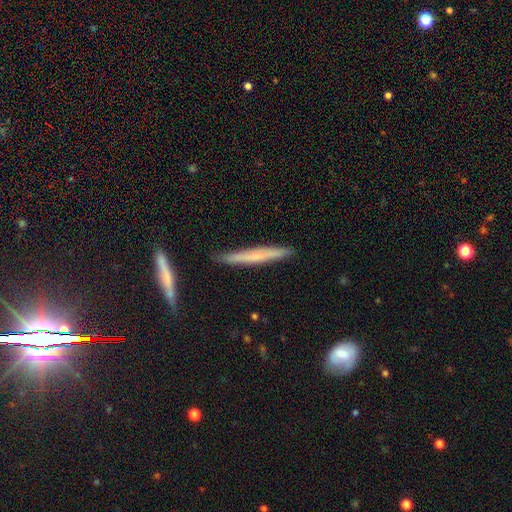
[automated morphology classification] A smooth galaxy with no disk features (53%) that is cigar-shaped (96%). Merging: none (87%).